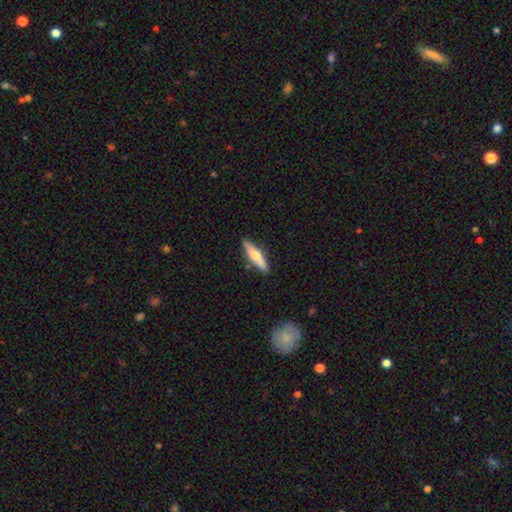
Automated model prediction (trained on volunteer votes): A smooth galaxy with no disk features (56%) that is cigar-shaped (78%).

Vote fractions:
- Smooth or featured? smooth: 56% / featured or disk: 39% / star or artifact: 6%
- How rounded? cigar-shaped: 78% / in between: 20% / round: 2%
- Merging? none: 87% / minor disturbance: 10% / merger: 2% / major disturbance: 2%